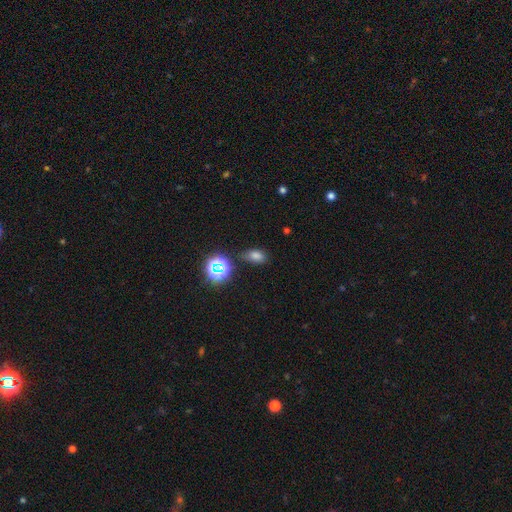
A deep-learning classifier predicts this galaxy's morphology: Q: Smooth or featured?
A: smooth (70%); runner-up: star or artifact (23%)
Q: How rounded?
A: in between (83%); runner-up: round (14%)
Q: Merging?
A: none (71%); runner-up: minor disturbance (20%)